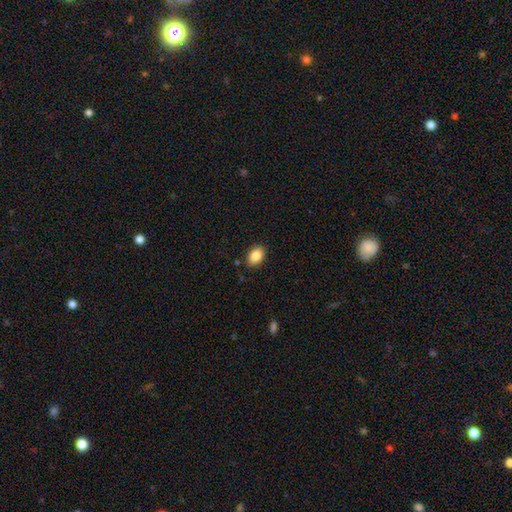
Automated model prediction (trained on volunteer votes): smooth_or_featured: smooth (p=0.87) [alt: star or artifact p=0.08]
how_rounded: in between (p=0.83) [alt: round p=0.16]
merging: none (p=0.87) [alt: minor disturbance p=0.10]